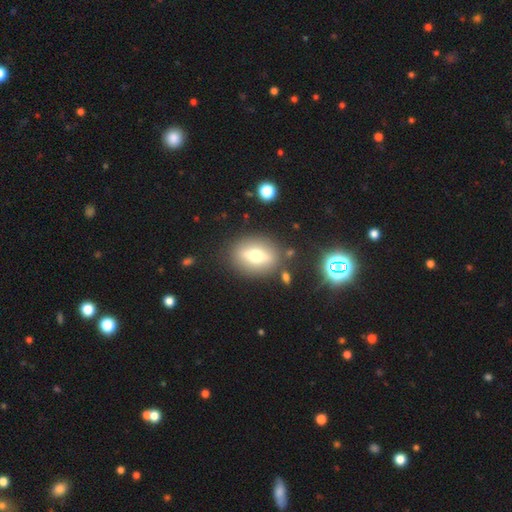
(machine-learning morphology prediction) smooth-or-featured: featured or disk: 50% | smooth: 40% | star or artifact: 10%
  merging: none: 83% | minor disturbance: 9% | major disturbance: 4% | merger: 3%